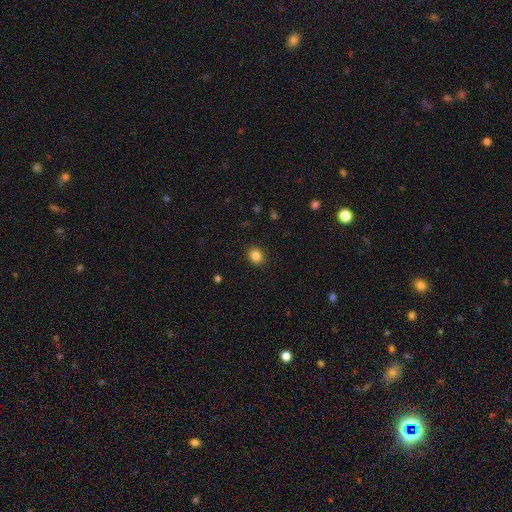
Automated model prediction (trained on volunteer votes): Smooth or featured? smooth (84%)
How rounded? round (59%)
Merging? none (90%)